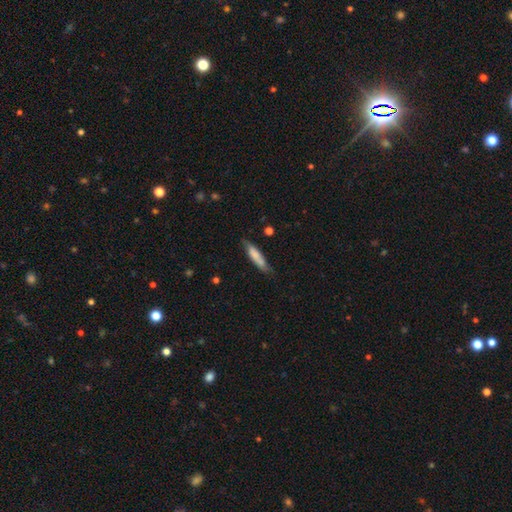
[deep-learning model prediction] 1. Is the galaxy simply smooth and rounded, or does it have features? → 72% smooth, 22% featured or disk, 6% star or artifact.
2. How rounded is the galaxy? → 78% cigar-shaped, 21% in between, 1% round.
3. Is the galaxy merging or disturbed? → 69% none, 23% minor disturbance, 5% major disturbance, 3% merger.